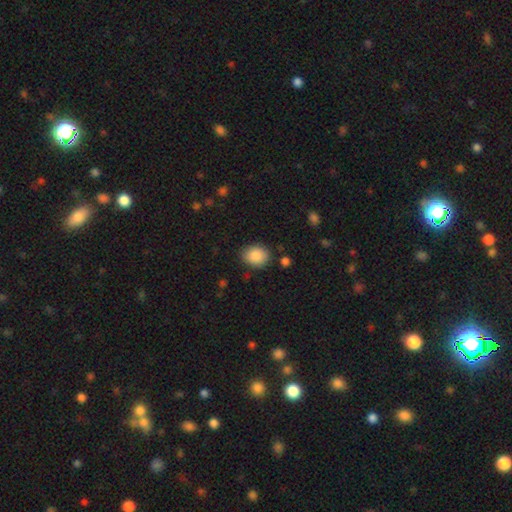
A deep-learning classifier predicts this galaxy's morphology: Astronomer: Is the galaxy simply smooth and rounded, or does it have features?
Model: smooth — 87%.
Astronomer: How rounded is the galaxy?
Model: in between — 55% (runner-up: round, 44%).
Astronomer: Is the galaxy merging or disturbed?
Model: none — 82%.